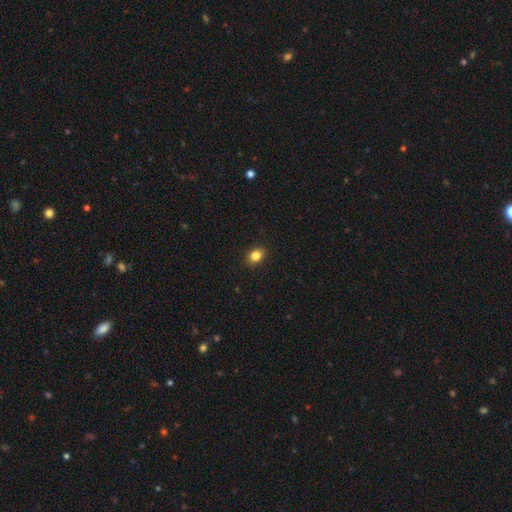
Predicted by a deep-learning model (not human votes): Smooth or featured: smooth — 84% (star or artifact — 10%)
How rounded: in between — 64% (round — 35%)
Merging: none — 90% (minor disturbance — 7%)